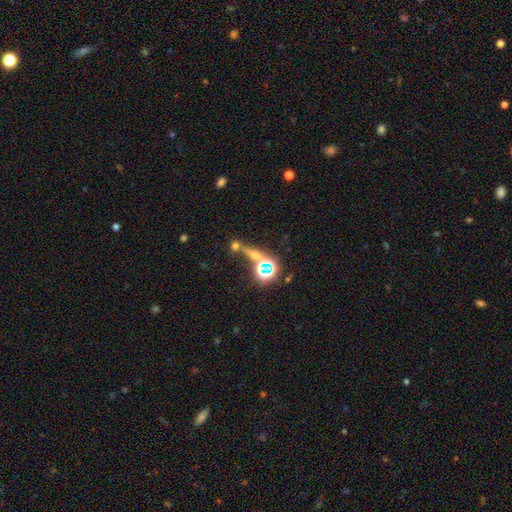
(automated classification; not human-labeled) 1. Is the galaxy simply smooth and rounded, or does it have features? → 56% star or artifact, 26% smooth, 18% featured or disk.